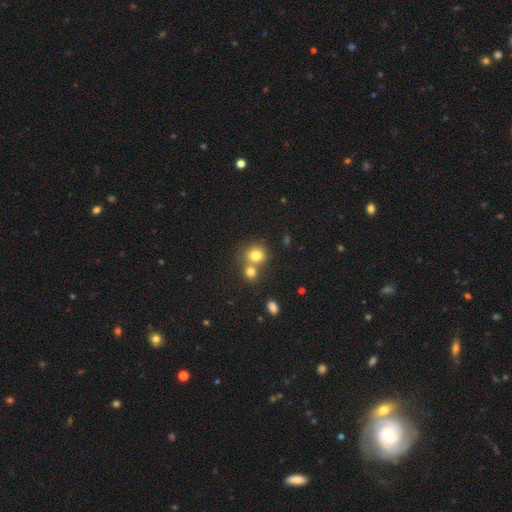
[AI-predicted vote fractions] Q: Smooth or featured?
A: smooth (78%); runner-up: star or artifact (12%)
Q: How rounded?
A: round (81%); runner-up: in between (19%)
Q: Merging?
A: none (48%); runner-up: merger (42%)